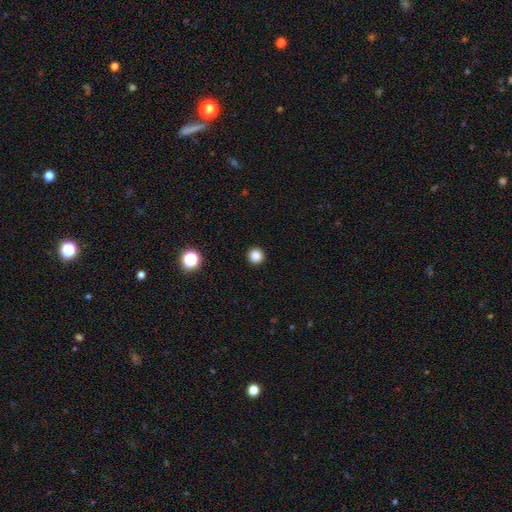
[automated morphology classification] Smooth or featured: smooth — 84% (star or artifact — 12%)
How rounded: round — 96% (in between — 3%)
Merging: none — 94% (minor disturbance — 4%)